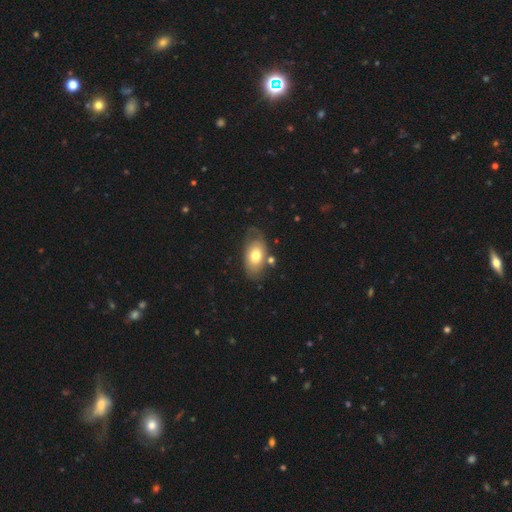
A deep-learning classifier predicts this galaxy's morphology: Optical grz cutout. It shows a smooth galaxy with no disk features (61%) that is in between round and cigar-shaped (89%). Merging: none (58%).